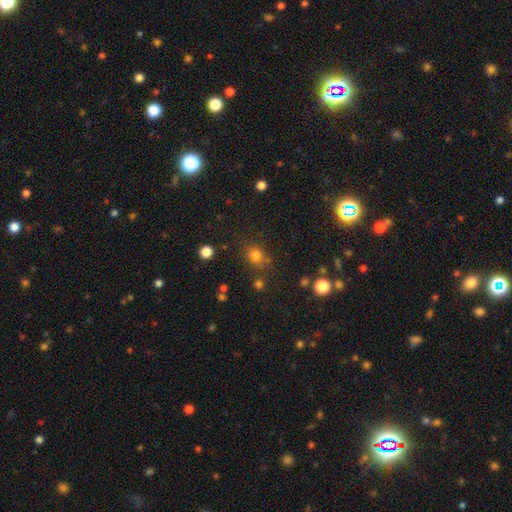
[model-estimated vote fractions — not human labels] Smooth or featured? smooth (77%)
How rounded? round (79%)
Merging? none (75%)